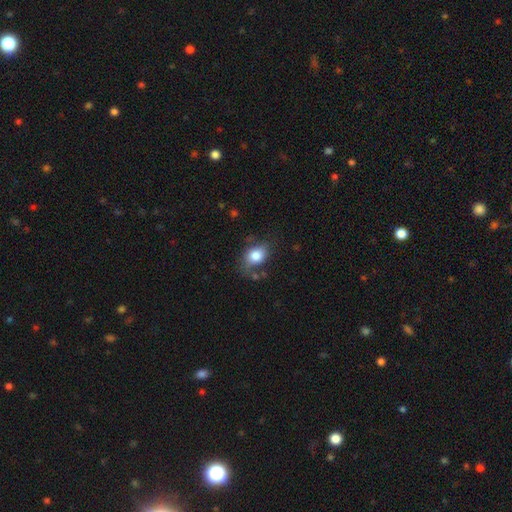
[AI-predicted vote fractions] Smooth or featured? Predicted: smooth (p=0.80). How rounded? Predicted: in between (p=0.71). Merging? Predicted: none (p=0.60).